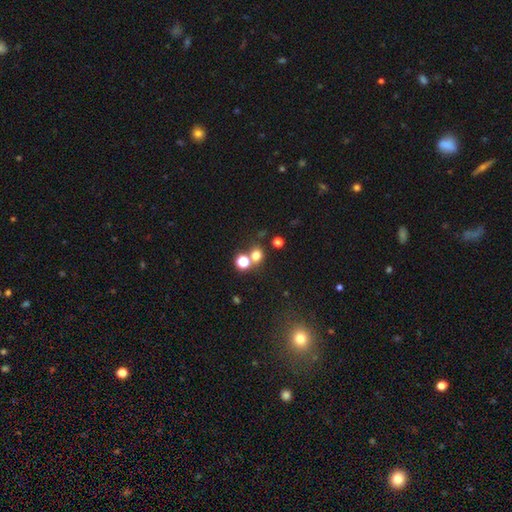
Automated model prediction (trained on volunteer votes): smooth_or_featured: smooth (p=0.71) [alt: star or artifact p=0.21]
how_rounded: round (p=0.80) [alt: in between p=0.19]
merging: none (p=0.63) [alt: merger p=0.26]